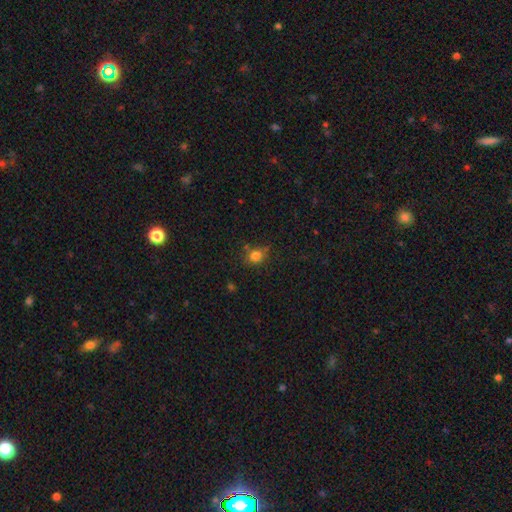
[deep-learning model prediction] A smooth galaxy with no disk features (79%) that is round (66%). Merging: none (68%).